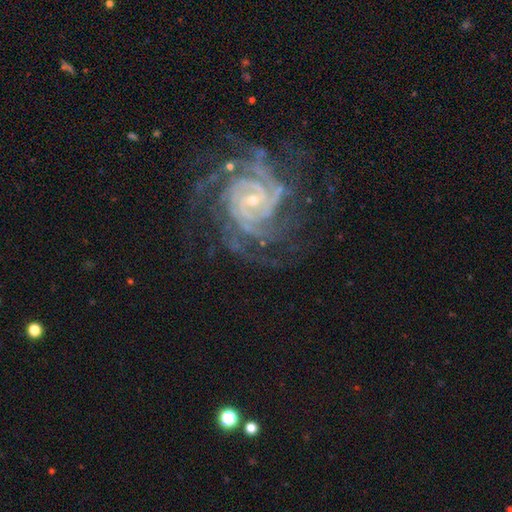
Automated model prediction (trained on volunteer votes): featured or disk 83%, star or artifact 11%, smooth 5%. Down the decision tree: edge-on disk — no (97%); bar — no (62%); spiral arms — yes (98%); spiral arm count — can't tell (23%); spiral winding — tight (66%); bulge size — small (77%); merging — none (77%).